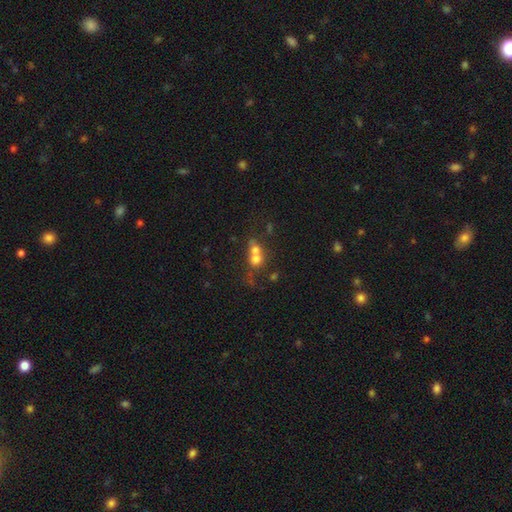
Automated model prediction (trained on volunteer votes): Morphology: type=smooth (63%); roundness=round (74%); merging=merger (66%).